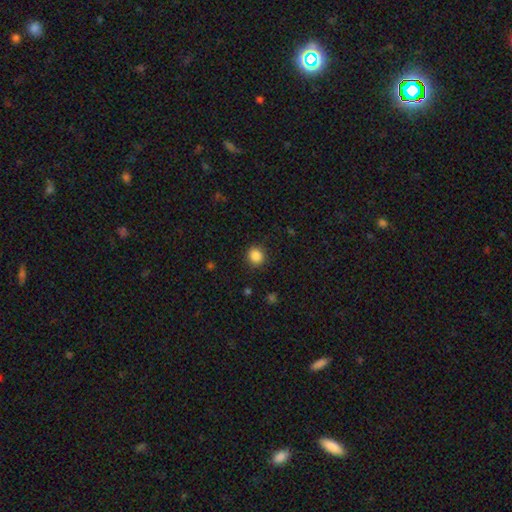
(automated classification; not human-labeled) The model was most divided on "how rounded": round: 87%, in between: 12%, cigar-shaped: 1%. More confident: merging — none (90%); smooth or featured — smooth (86%).